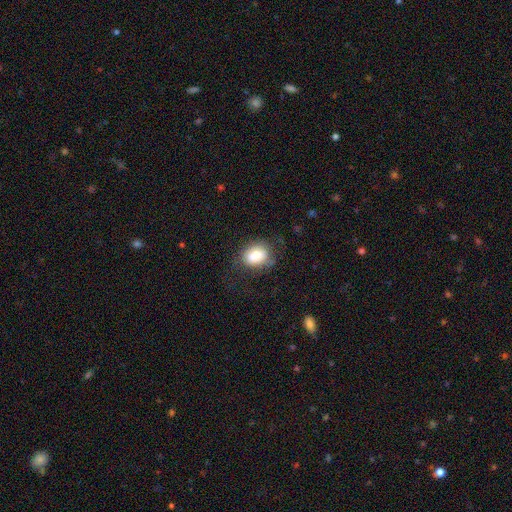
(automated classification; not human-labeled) Smooth or featured: smooth — 81% (featured or disk — 11%)
How rounded: in between — 71% (round — 28%)
Merging: none — 62% (minor disturbance — 22%)